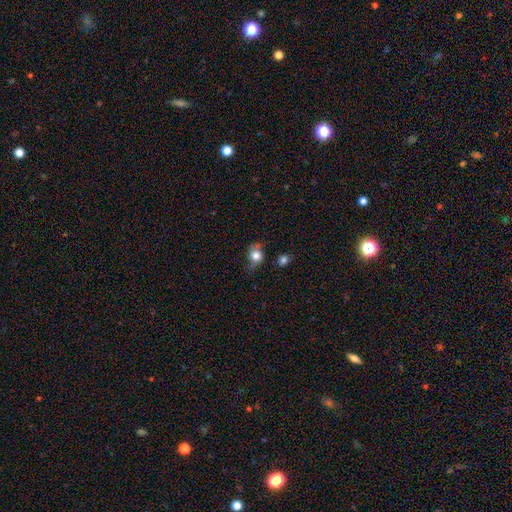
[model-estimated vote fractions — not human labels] A smooth galaxy with no disk features (71%) that is round (55%). Merging: none (52%).